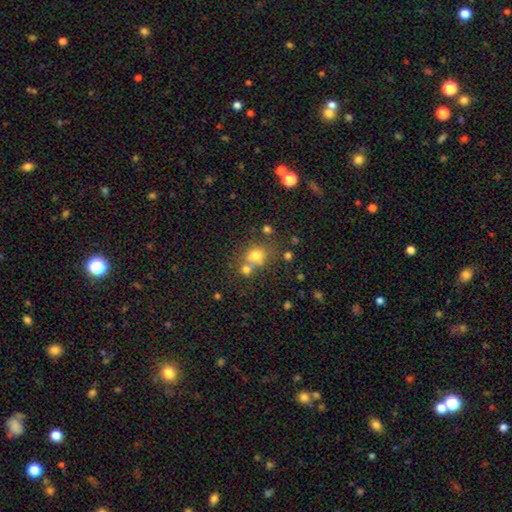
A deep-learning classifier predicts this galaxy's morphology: smooth 69%, star or artifact 17%, featured or disk 14%. Down the decision tree: how rounded — round (62%); merging — none (45%).